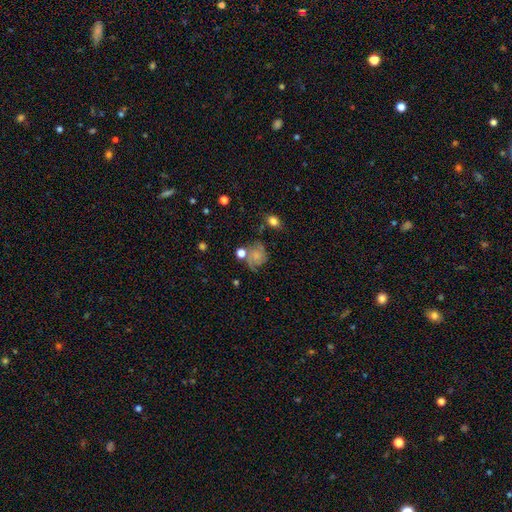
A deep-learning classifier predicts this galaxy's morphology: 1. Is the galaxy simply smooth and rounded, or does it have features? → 49% featured or disk, 40% smooth, 12% star or artifact.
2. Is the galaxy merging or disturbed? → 51% none, 23% minor disturbance, 14% major disturbance, 11% merger.